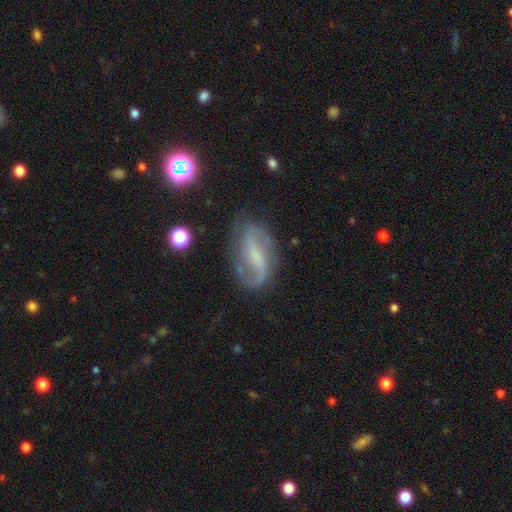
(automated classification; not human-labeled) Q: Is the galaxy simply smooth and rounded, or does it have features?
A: featured or disk — 79%.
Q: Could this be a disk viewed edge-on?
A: no — 95%.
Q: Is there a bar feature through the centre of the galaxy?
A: weak — 47%.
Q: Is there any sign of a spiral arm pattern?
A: yes — 93%.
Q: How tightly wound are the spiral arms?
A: loose — 47%.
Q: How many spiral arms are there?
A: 2 — 82%.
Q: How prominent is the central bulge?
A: small — 42%.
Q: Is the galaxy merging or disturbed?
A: none — 71%.